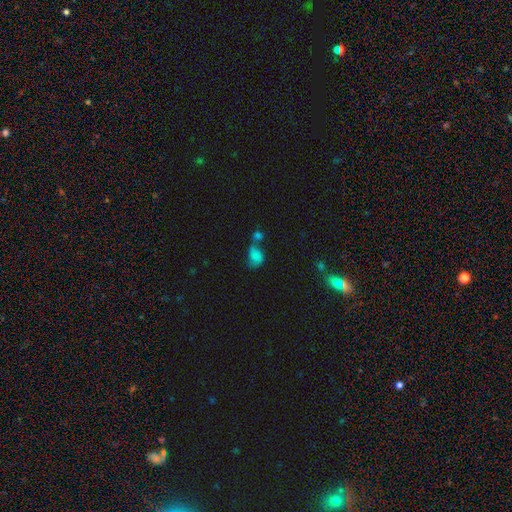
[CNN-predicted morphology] type=smooth (67%); roundness=in between (66%); merging=merger (46%).